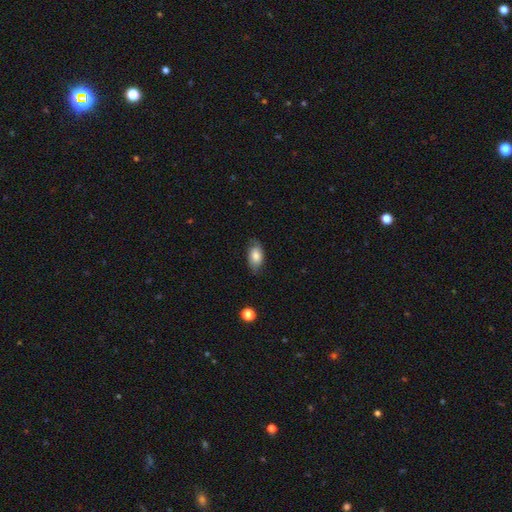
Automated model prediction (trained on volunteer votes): A smooth galaxy with no disk features (76%) that is in between round and cigar-shaped (91%). Merging: none (73%).